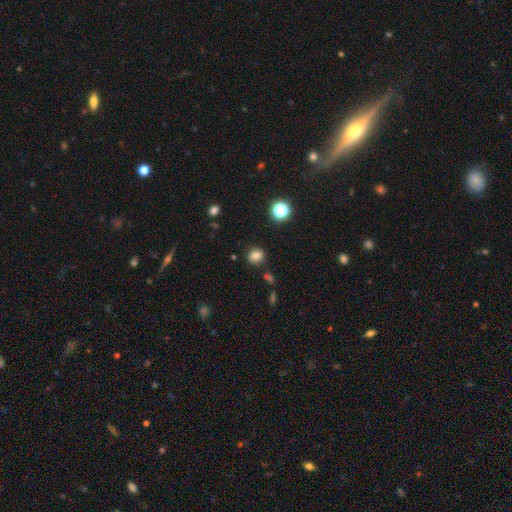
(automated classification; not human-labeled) Morphology: type=smooth (80%); roundness=round (77%); merging=none (85%).